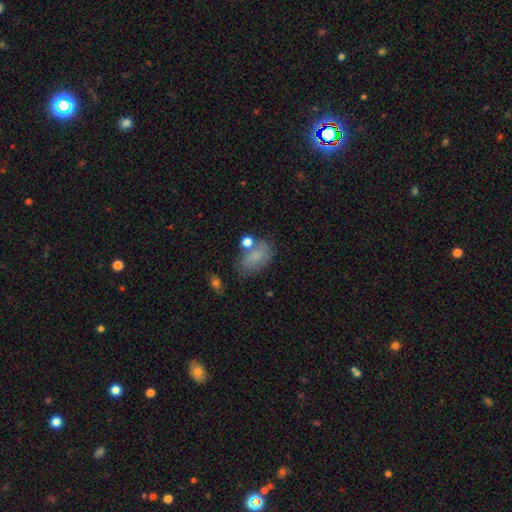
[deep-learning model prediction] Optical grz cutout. It shows a smooth galaxy with no disk features (72%) that is in between round and cigar-shaped (86%). Merging: none (56%).